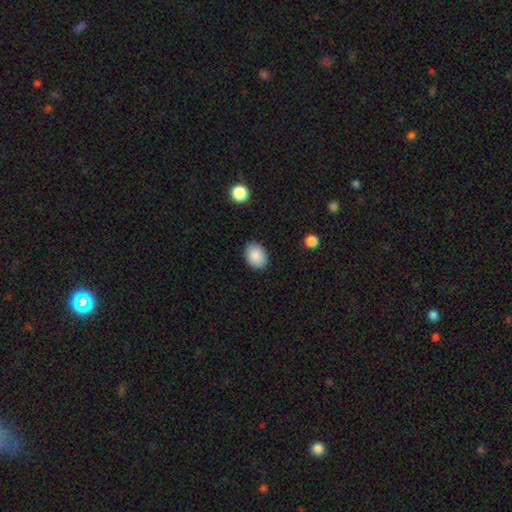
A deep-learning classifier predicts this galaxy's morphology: The model was most divided on "how rounded": in between: 66%, round: 33%, cigar-shaped: 1%. More confident: smooth or featured — smooth (88%); merging — none (86%).